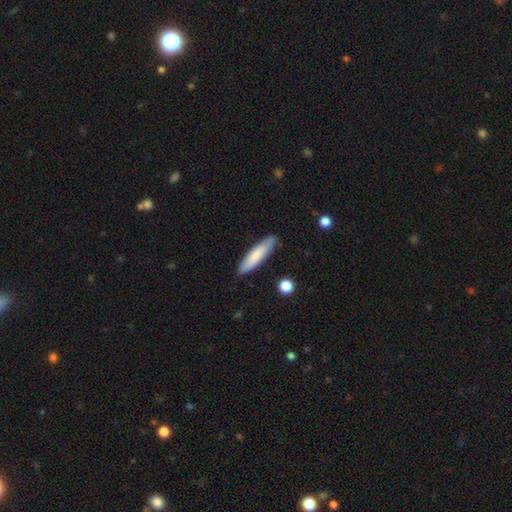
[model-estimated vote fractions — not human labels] Smooth or featured? Predicted: smooth (p=0.77). How rounded? Predicted: cigar-shaped (p=0.76). Merging? Predicted: none (p=0.85).